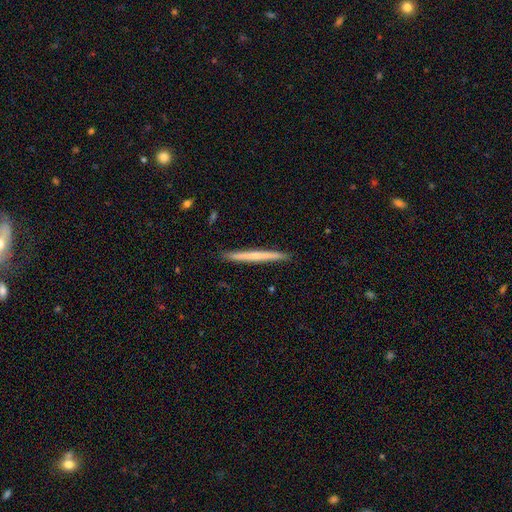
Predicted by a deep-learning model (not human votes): Q: Smooth or featured?
A: smooth (51%); runner-up: featured or disk (43%)
Q: How rounded?
A: cigar-shaped (97%); runner-up: in between (1%)
Q: Merging?
A: none (93%); runner-up: minor disturbance (5%)